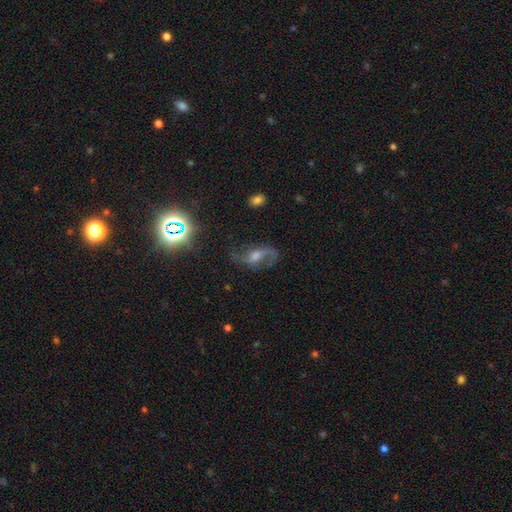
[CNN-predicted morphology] Smooth or featured?
  - featured or disk: 75% *
  - star or artifact: 16%
  - smooth: 10%
Edge-on disk?
  - no: 96% *
  - yes: 4%
Bar?
  - weak: 46% *
  - no: 33%
  - strong: 21%
Spiral arms?
  - yes: 94% *
  - no: 6%
Spiral winding?
  - loose: 59% *
  - medium: 33%
  - tight: 7%
Spiral arm count?
  - 2: 86% *
  - 1: 6%
  - can't tell: 4%
  - 3: 2%
  - 4: 1%
  - more than 4: 1%
Bulge size?
  - moderate: 54% *
  - small: 28%
  - large: 10%
  - none: 7%
  - dominant: 2%
Merging?
  - none: 68% *
  - minor disturbance: 17%
  - major disturbance: 13%
  - merger: 2%